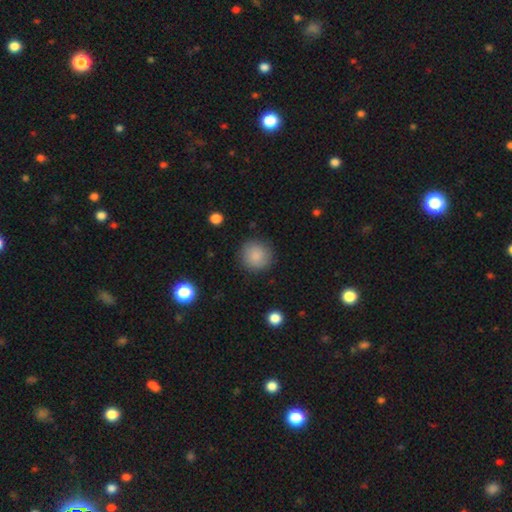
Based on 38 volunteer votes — Overall: smooth (89%). How rounded: round (94%). Merging: none (91%).